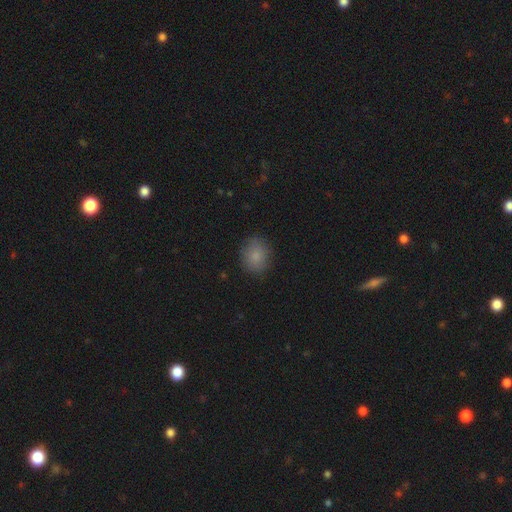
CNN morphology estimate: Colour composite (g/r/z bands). It shows a smooth galaxy with no disk features (85%) that is round (64%). Merging: none (84%).